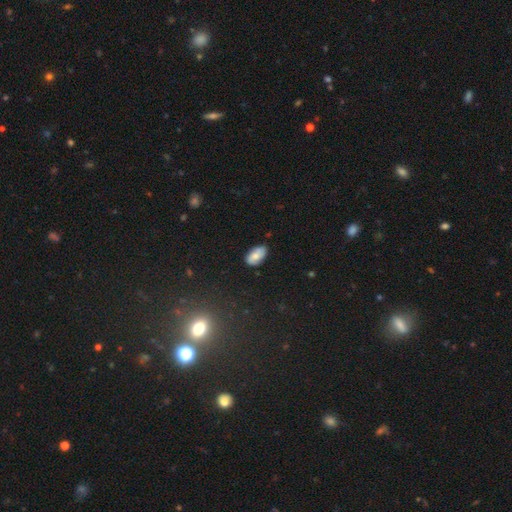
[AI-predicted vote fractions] Smooth or featured? smooth (72%)
How rounded? in between (94%)
Merging? none (77%)